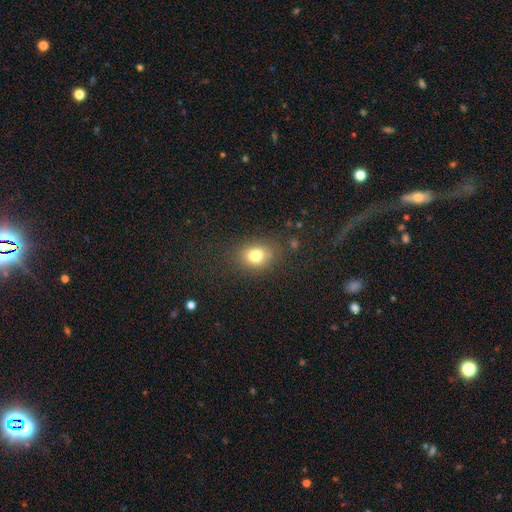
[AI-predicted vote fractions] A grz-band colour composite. It shows a smooth galaxy with no disk features (80%) that is in between round and cigar-shaped (59%). Merging: none (76%).